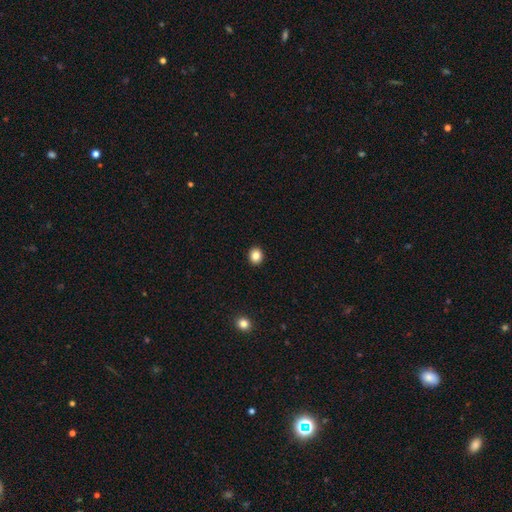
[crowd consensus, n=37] Smooth or featured: smooth — 95% (star or artifact — 5%)
How rounded: round — 77% (in between — 23%)
Merging: none — 97% (minor disturbance — 3%)